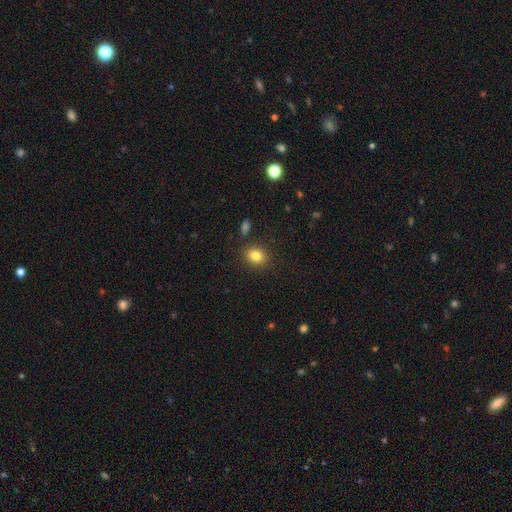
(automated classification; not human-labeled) Smooth or featured: smooth — 83% (star or artifact — 11%)
How rounded: round — 59% (in between — 40%)
Merging: none — 86% (minor disturbance — 9%)